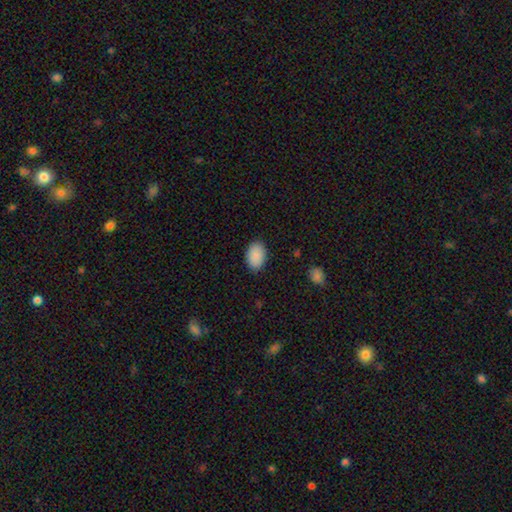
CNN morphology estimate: Q: Smooth or featured?
A: smooth (90%); runner-up: star or artifact (7%)
Q: How rounded?
A: in between (88%); runner-up: round (11%)
Q: Merging?
A: none (88%); runner-up: minor disturbance (9%)